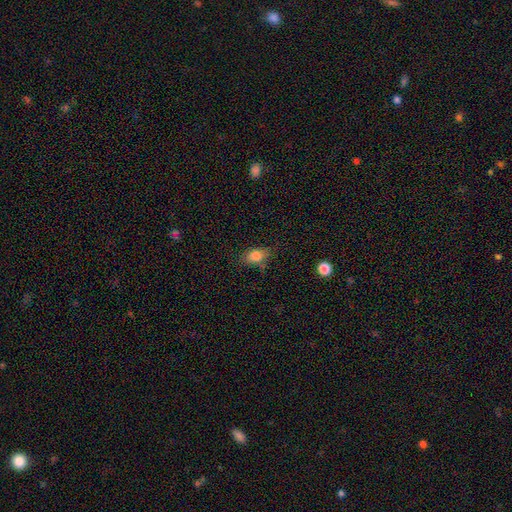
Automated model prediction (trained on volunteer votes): Morphology: type=smooth (82%); roundness=in between (81%); merging=none (71%).